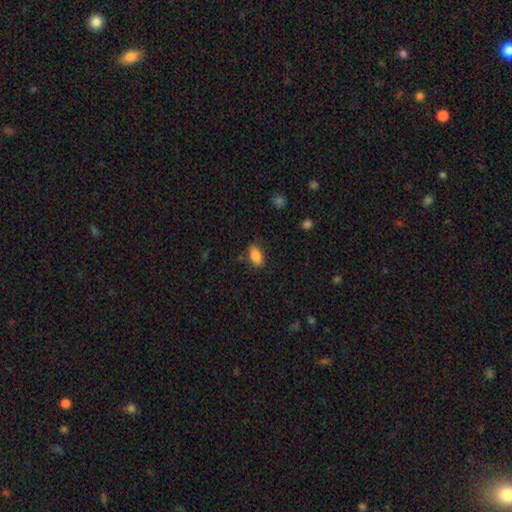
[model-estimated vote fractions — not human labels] Smooth or featured? Predicted: smooth (p=0.86). How rounded? Predicted: in between (p=0.90). Merging? Predicted: none (p=0.80).